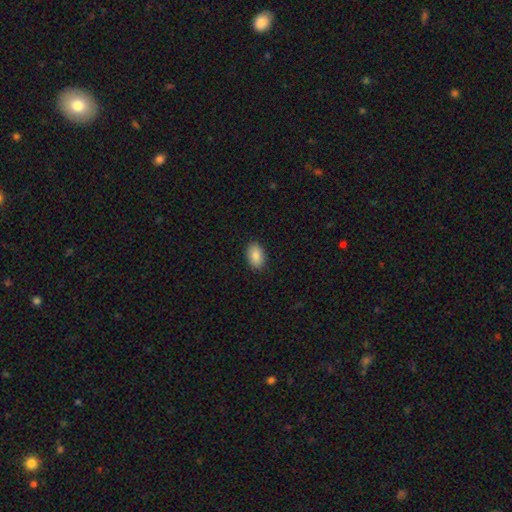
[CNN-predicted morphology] smooth 89%, star or artifact 7%, featured or disk 4%. Down the decision tree: how rounded — in between (91%); merging — none (89%).